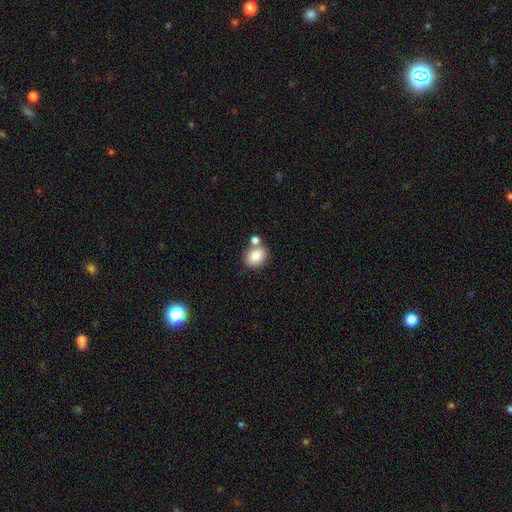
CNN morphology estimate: A smooth galaxy with no disk features (84%) that is in between round and cigar-shaped (50%).

Vote fractions:
- Smooth or featured? smooth: 84% / star or artifact: 8% / featured or disk: 8%
- How rounded? in between: 50% / round: 49% / cigar-shaped: 1%
- Merging? none: 58% / merger: 27% / minor disturbance: 12% / major disturbance: 4%